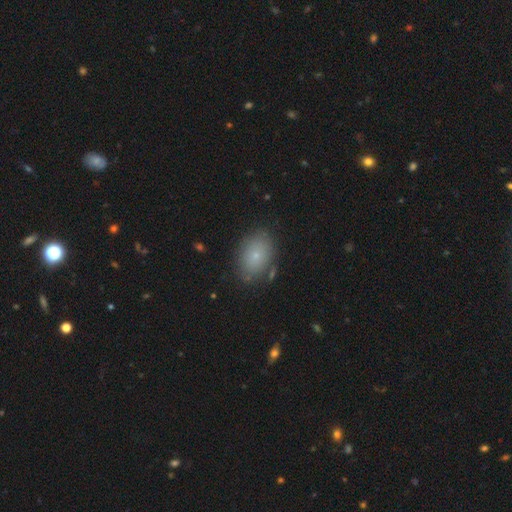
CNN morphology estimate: The model was most divided on "how rounded": in between: 75%, round: 23%, cigar-shaped: 1%. More confident: merging — none (80%); smooth or featured — smooth (76%).